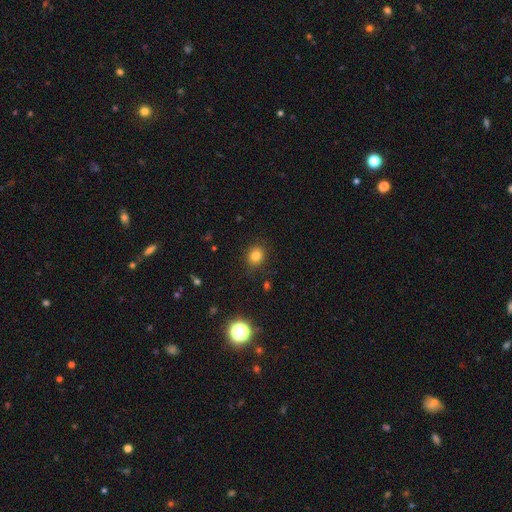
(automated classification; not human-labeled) A smooth galaxy with no disk features (80%) that is round (67%). Merging: none (87%).